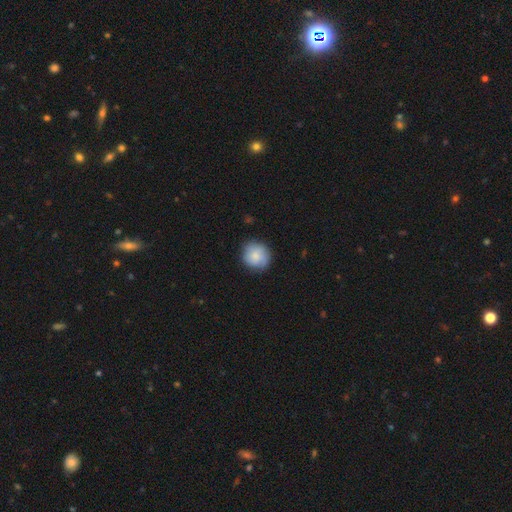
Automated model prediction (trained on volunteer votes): A smooth galaxy with no disk features (81%) that is round (90%). Merging: none (83%).